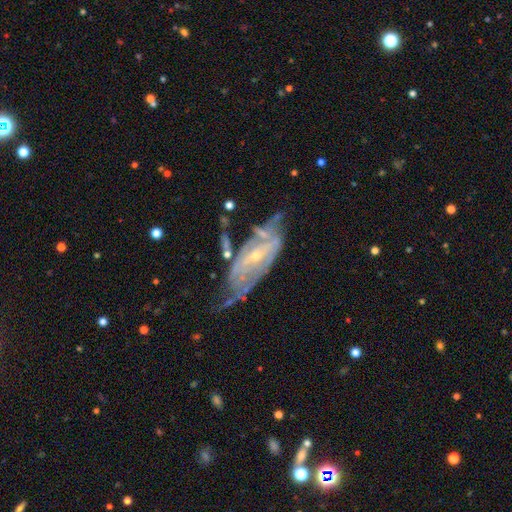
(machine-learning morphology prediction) smooth-or-featured: featured or disk: 81% | smooth: 12% | star or artifact: 7%
  disk-edge-on: no: 89% | yes: 11%
    bar: no: 42% | weak: 36% | strong: 22%
    has-spiral-arms: yes: 79% | no: 21%
      spiral-winding: tight: 50% | medium: 33% | loose: 17%
      spiral-arm-count: can't tell: 48% | 2: 32% | 3: 8% | 1: 5% | 4: 4% | more than 4: 3%
    bulge-size: small: 69% | moderate: 28% | none: 1% | large: 1% | dominant: 1%
  merging: none: 39% | minor disturbance: 26% | major disturbance: 25% | merger: 9%